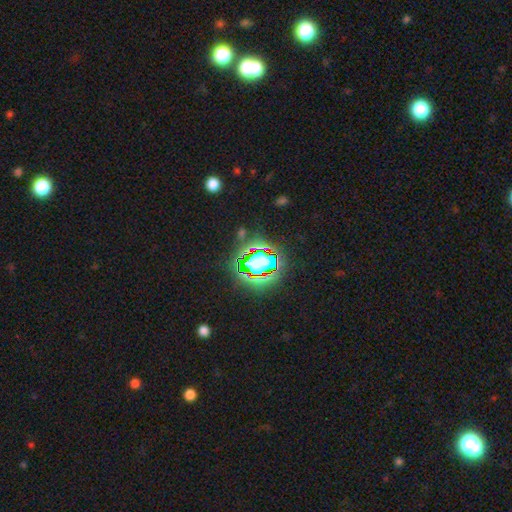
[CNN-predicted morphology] Smooth or featured: star or artifact — 83% (smooth — 10%)